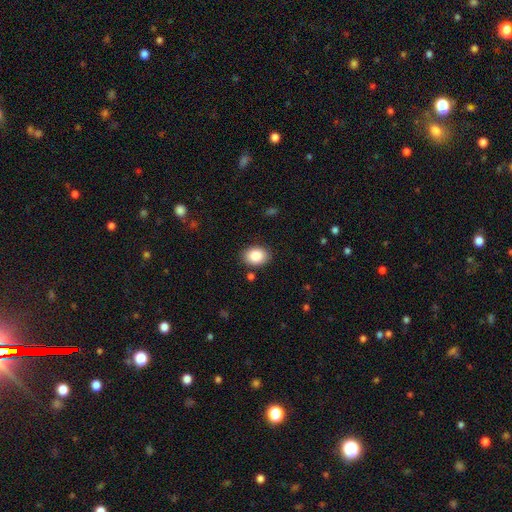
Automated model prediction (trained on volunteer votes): A smooth galaxy with no disk features (87%) that is in between round and cigar-shaped (71%).

Vote fractions:
- Smooth or featured? smooth: 87% / star or artifact: 7% / featured or disk: 5%
- How rounded? in between: 71% / round: 28% / cigar-shaped: 1%
- Merging? none: 85% / minor disturbance: 10% / major disturbance: 3% / merger: 2%